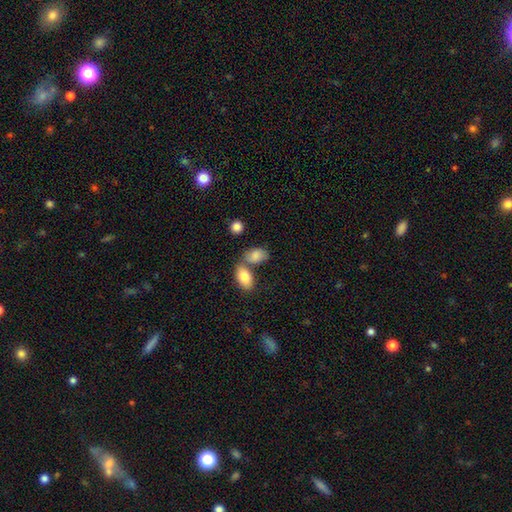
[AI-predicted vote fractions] smooth 85%, star or artifact 8%, featured or disk 8%. Down the decision tree: how rounded — in between (86%); merging — none (45%).